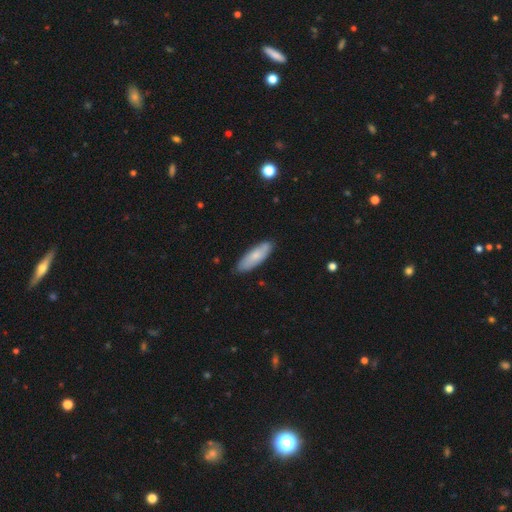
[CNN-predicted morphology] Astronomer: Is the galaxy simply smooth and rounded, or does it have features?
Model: smooth — 72%.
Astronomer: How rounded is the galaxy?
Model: in between — 58% (runner-up: cigar-shaped, 40%).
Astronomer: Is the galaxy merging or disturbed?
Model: none — 84%.